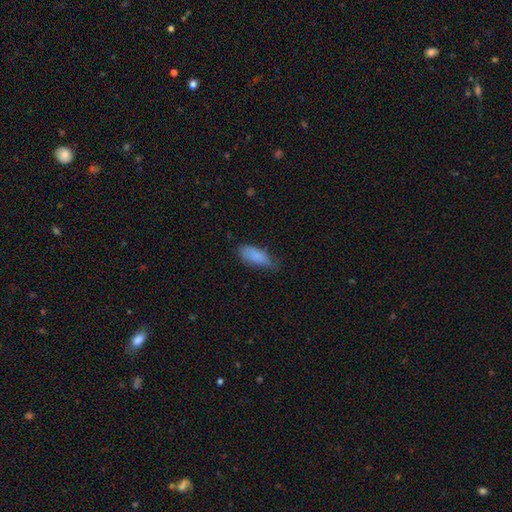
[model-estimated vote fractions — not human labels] A smooth galaxy with no disk features (85%) that is in between round and cigar-shaped (76%). Merging: none (59%).